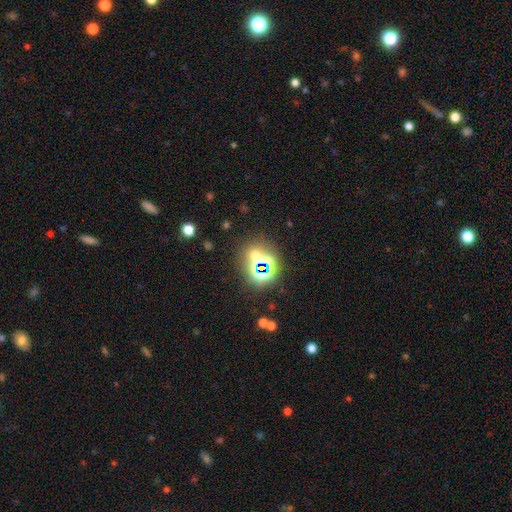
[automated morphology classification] This appears to be a star or artifact, not a galaxy (56%).